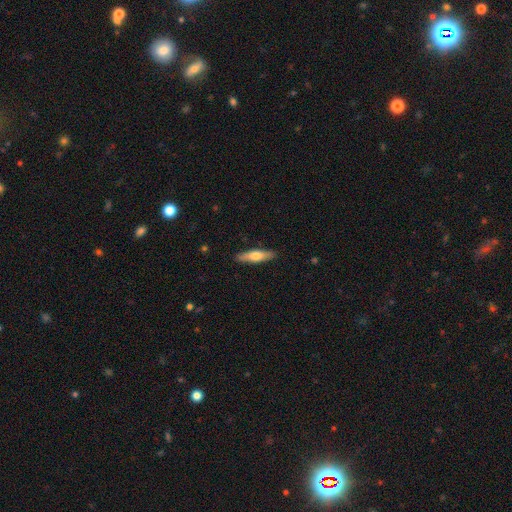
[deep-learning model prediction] Q: Smooth or featured?
A: smooth (60%); runner-up: featured or disk (34%)
Q: How rounded?
A: cigar-shaped (73%); runner-up: in between (25%)
Q: Merging?
A: none (89%); runner-up: minor disturbance (8%)